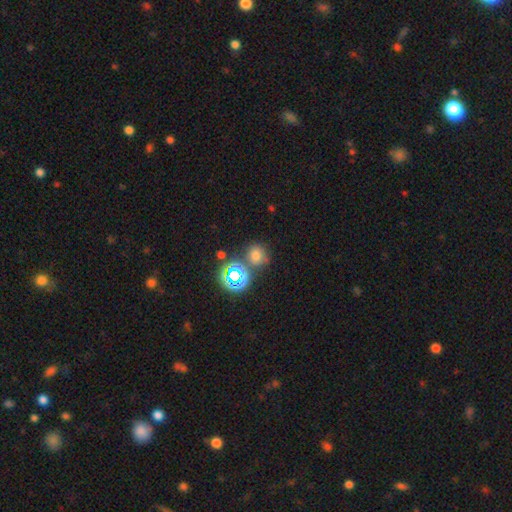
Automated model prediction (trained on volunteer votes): The model was most divided on "smooth or featured": smooth: 63%, star or artifact: 29%, featured or disk: 8%. More confident: how rounded — round (78%); merging — none (70%).